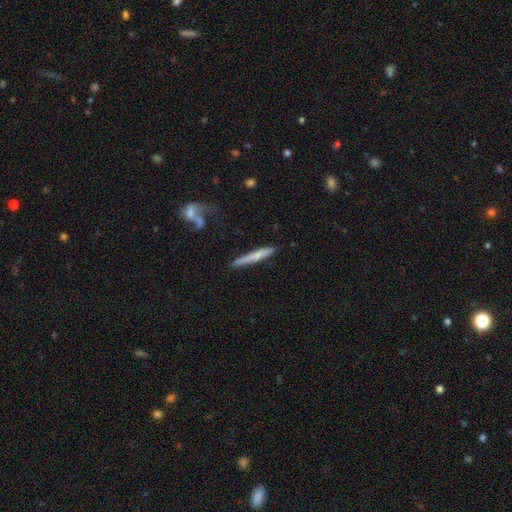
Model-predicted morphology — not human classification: smooth 58%, featured or disk 36%, star or artifact 6%. Down the decision tree: how rounded — cigar-shaped (95%); merging — none (85%).